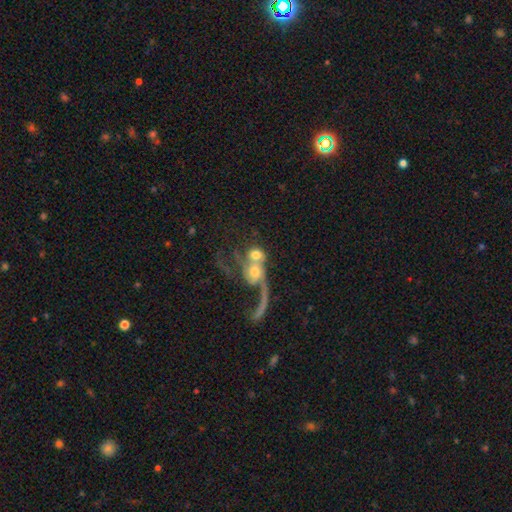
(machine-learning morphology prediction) A featured or disk galaxy (51%). Merging: merger (68%).